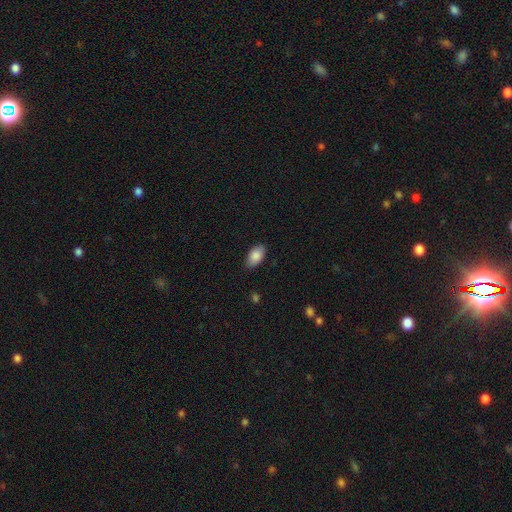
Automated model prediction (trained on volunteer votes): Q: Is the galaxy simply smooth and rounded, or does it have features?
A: smooth — 87%.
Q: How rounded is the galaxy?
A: in between — 94%.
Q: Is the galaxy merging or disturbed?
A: none — 84%.